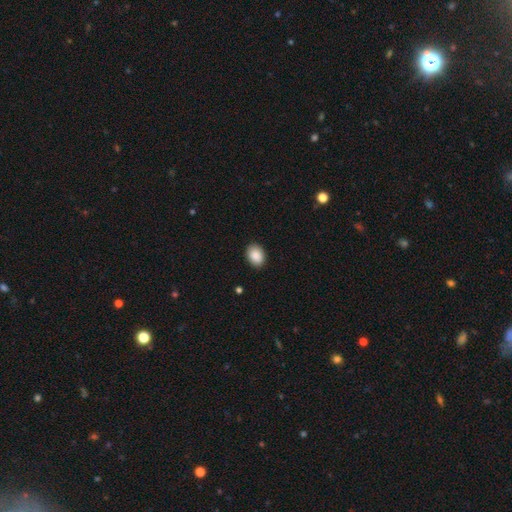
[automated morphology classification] smooth-or-featured: smooth: 90% | star or artifact: 7% | featured or disk: 3%
  how-rounded: in between: 75% | round: 24% | cigar-shaped: 1%
  merging: none: 88% | minor disturbance: 9% | major disturbance: 2% | merger: 1%